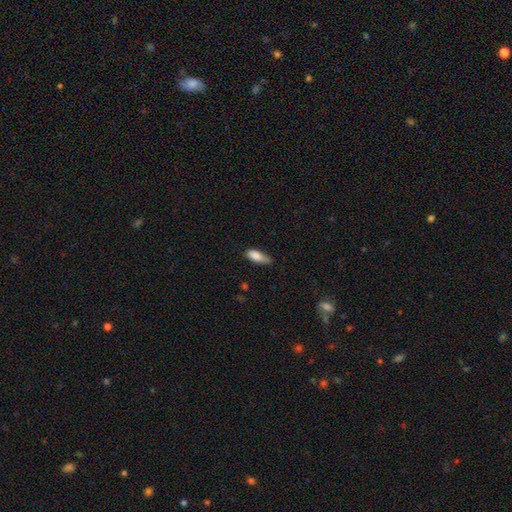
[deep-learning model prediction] Q: Smooth or featured?
A: smooth (84%); runner-up: featured or disk (9%)
Q: How rounded?
A: in between (76%); runner-up: cigar-shaped (22%)
Q: Merging?
A: none (46%); runner-up: minor disturbance (42%)